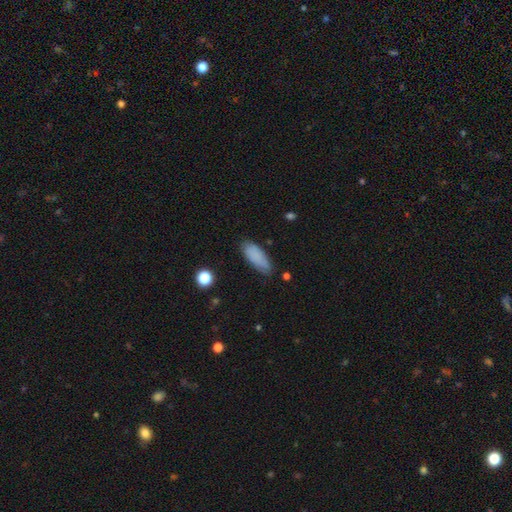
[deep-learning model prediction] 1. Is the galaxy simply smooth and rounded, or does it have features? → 84% smooth, 8% featured or disk, 8% star or artifact.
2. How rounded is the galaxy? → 73% in between, 25% cigar-shaped, 2% round.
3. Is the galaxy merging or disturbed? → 74% none, 20% minor disturbance, 4% major disturbance, 2% merger.